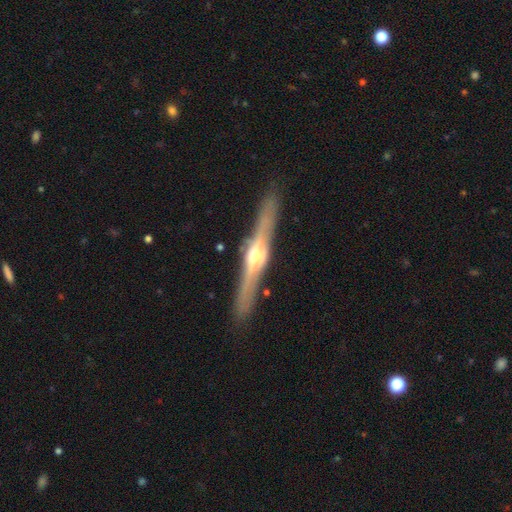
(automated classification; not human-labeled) smooth_or_featured: featured or disk (p=0.81) [alt: smooth p=0.14]
disk_edge_on: yes (p=0.97) [alt: no p=0.03]
edge_on_bulge: rounded (p=0.91) [alt: boxy p=0.05]
merging: none (p=0.89) [alt: minor disturbance p=0.08]